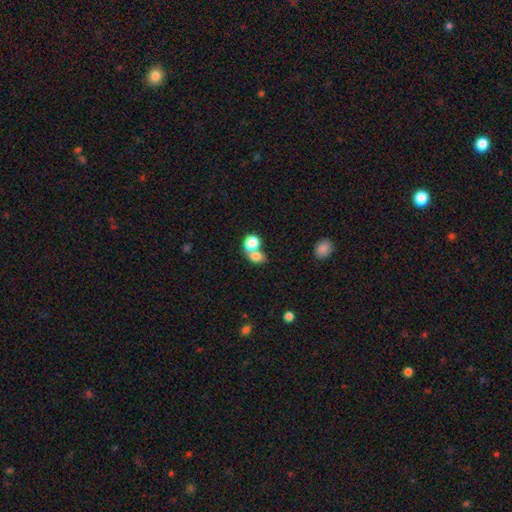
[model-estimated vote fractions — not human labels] Smooth or featured? Predicted: smooth (p=0.78). How rounded? Predicted: round (p=0.50). Merging? Predicted: merger (p=0.55).